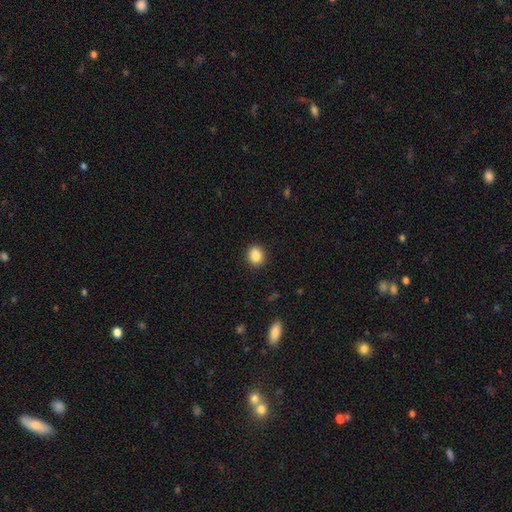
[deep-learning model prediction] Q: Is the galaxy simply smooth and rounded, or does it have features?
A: smooth — 86%.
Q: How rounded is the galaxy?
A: round — 55%.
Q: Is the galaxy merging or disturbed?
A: none — 90%.